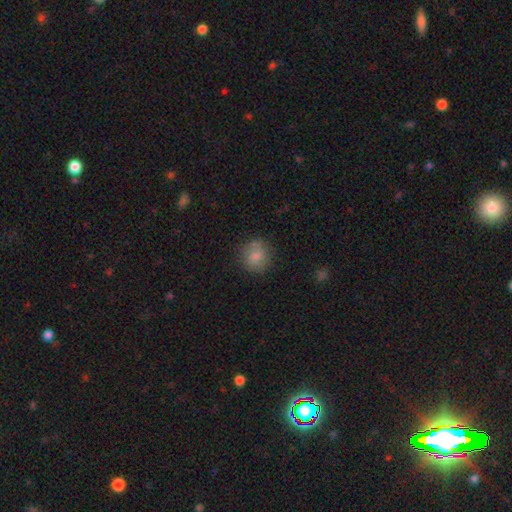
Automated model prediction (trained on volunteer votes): This is clearly a smooth galaxy (81%). How rounded: clearly round (87%). Merging: likely none (76%).